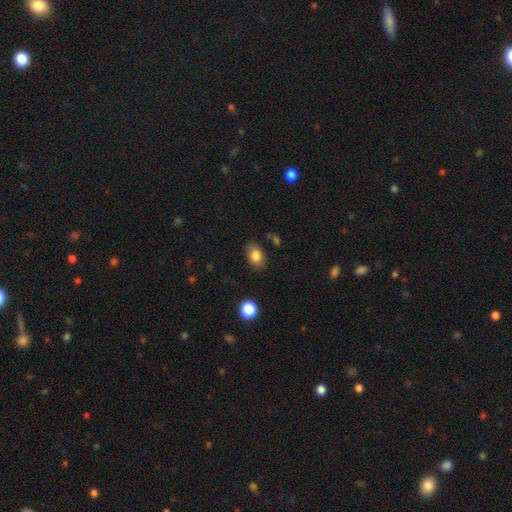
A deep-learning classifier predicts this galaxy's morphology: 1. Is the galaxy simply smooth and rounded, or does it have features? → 82% smooth, 9% star or artifact, 9% featured or disk.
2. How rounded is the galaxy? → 79% in between, 19% round, 1% cigar-shaped.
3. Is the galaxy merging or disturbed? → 78% none, 16% minor disturbance, 4% major disturbance, 2% merger.